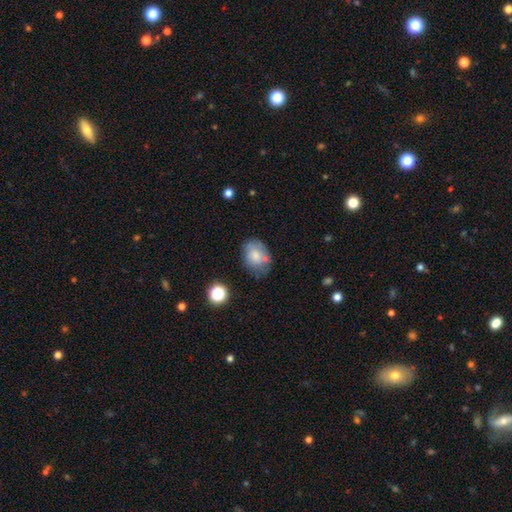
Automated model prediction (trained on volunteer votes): This is likely a smooth galaxy (70%). How rounded: likely in between (67%). Merging: possibly none (58%).